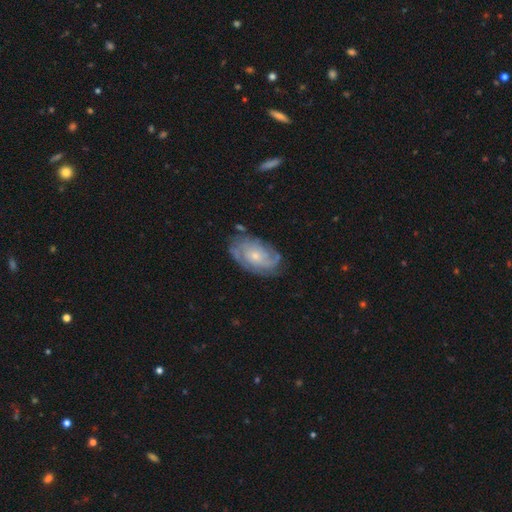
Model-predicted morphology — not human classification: A featured or disk galaxy (82%) with no bar (75%), can't tell (31%, tied with 2) tight (62%) spiral arms (94%) and a small central bulge (66%). Merging: none (74%).